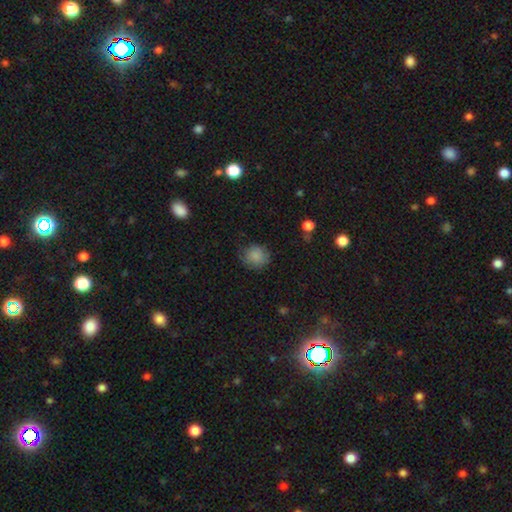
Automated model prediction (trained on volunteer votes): Q: Smooth or featured?
A: smooth (85%); runner-up: star or artifact (9%)
Q: How rounded?
A: round (85%); runner-up: in between (15%)
Q: Merging?
A: none (73%); runner-up: minor disturbance (20%)